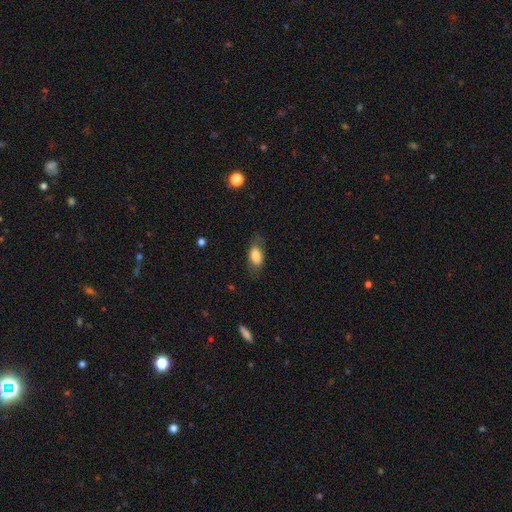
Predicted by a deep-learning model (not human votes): Q: Smooth or featured?
A: smooth (76%); runner-up: featured or disk (16%)
Q: How rounded?
A: in between (87%); runner-up: cigar-shaped (8%)
Q: Merging?
A: none (71%); runner-up: minor disturbance (19%)